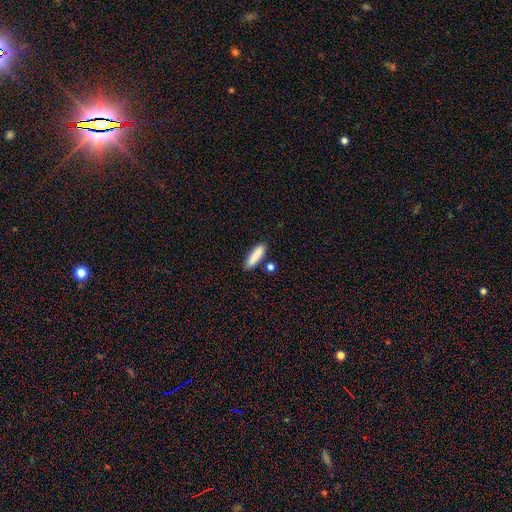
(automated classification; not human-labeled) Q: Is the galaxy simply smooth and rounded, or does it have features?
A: smooth — 86%.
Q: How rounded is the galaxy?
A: cigar-shaped — 64%.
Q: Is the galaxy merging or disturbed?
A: none — 78%.